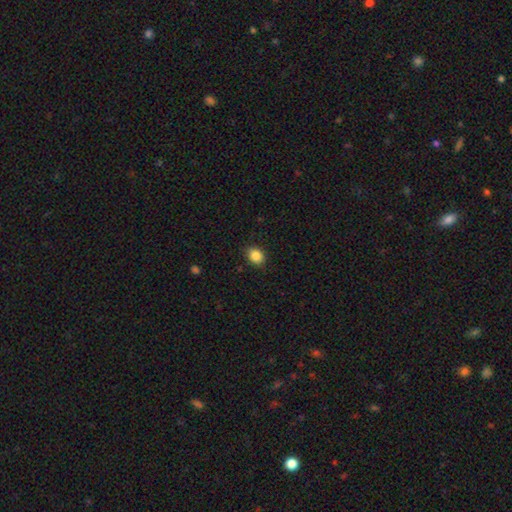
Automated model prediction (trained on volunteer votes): Smooth or featured? Predicted: smooth (p=0.87). How rounded? Predicted: in between (p=0.56). Merging? Predicted: none (p=0.86).